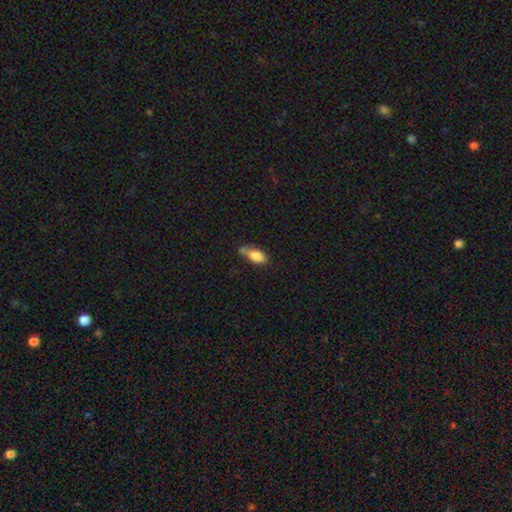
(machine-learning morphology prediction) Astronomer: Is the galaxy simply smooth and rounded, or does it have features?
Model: smooth — 81%.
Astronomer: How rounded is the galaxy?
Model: in between — 86%.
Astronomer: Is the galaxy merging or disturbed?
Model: none — 46% (runner-up: minor disturbance, 27%).